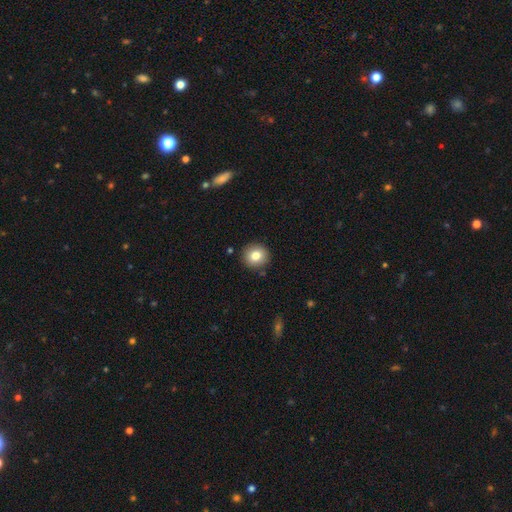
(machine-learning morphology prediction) smooth_or_featured: smooth (p=0.80) [alt: featured or disk p=0.10]
how_rounded: round (p=0.90) [alt: in between p=0.09]
merging: none (p=0.89) [alt: minor disturbance p=0.07]